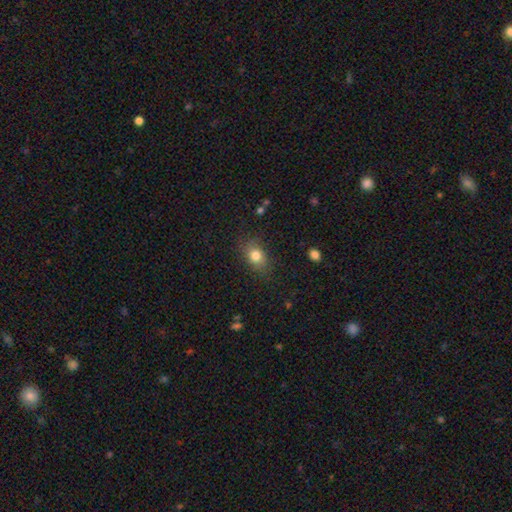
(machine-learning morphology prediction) The model was most divided on "how rounded": in between: 64%, round: 34%, cigar-shaped: 2%. More confident: smooth or featured — smooth (81%); merging — none (79%).